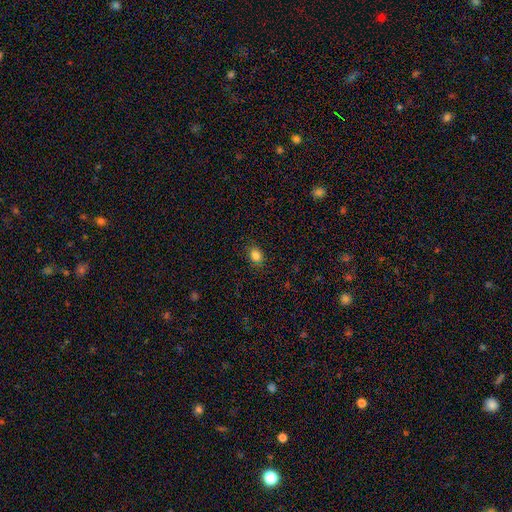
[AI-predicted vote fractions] Overall: smooth (84%). How rounded: in between (60%; round 39%). Merging: none (87%).